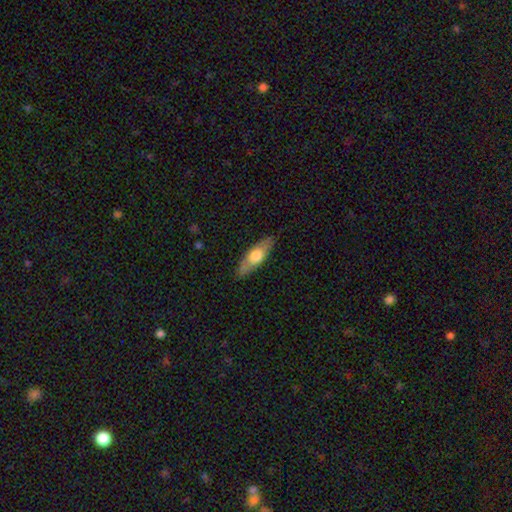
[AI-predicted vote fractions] Morphology: type=smooth (53%); roundness=in between (49%); merging=none (85%).